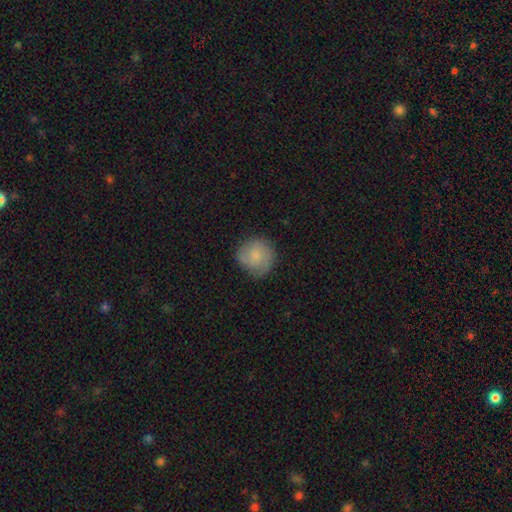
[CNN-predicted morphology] A smooth galaxy with no disk features (68%) that is round (90%).

Vote fractions:
- Smooth or featured? smooth: 68% / featured or disk: 24% / star or artifact: 7%
- How rounded? round: 90% / in between: 9% / cigar-shaped: 1%
- Merging? none: 76% / minor disturbance: 17% / major disturbance: 5% / merger: 1%